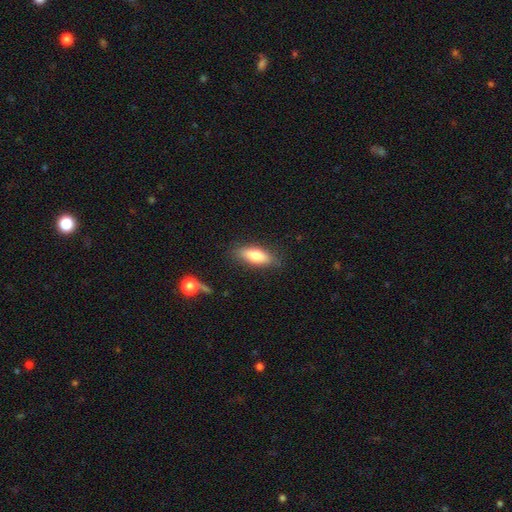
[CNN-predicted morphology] The model was most divided on "how rounded": in between: 67%, cigar-shaped: 30%, round: 3%. More confident: merging — none (82%); smooth or featured — smooth (75%).